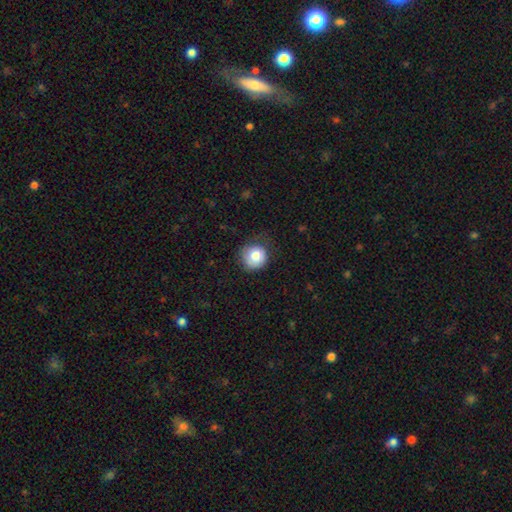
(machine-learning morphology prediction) The model was most divided on "merging": none: 67%, minor disturbance: 24%, major disturbance: 8%, merger: 1%. More confident: how rounded — round (91%); smooth or featured — smooth (80%).